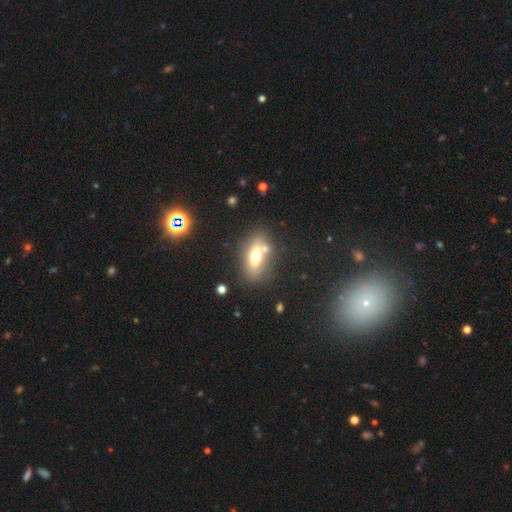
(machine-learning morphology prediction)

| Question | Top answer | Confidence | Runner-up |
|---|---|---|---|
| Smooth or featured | smooth | 61% | featured or disk (28%) |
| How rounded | in between | 76% | cigar-shaped (15%) |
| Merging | none | 64% | merger (17%) |